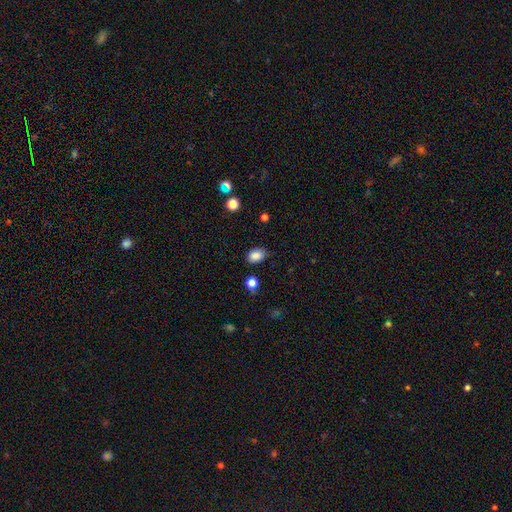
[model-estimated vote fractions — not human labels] This appears to be a smooth galaxy with no disk features (87%) that is in between round and cigar-shaped (73%). Merging: none (76%).